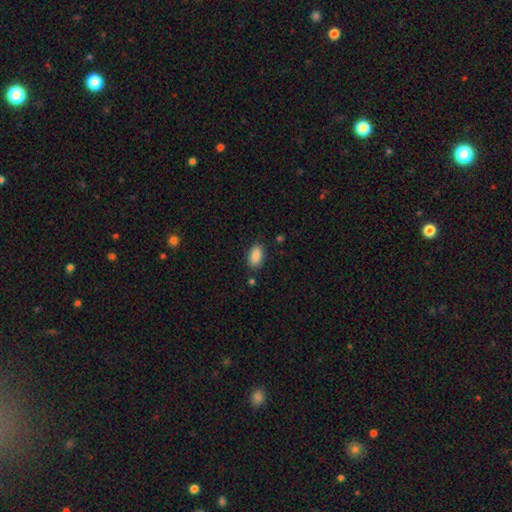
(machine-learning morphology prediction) Smooth or featured? smooth (89%)
How rounded? in between (93%)
Merging? none (84%)